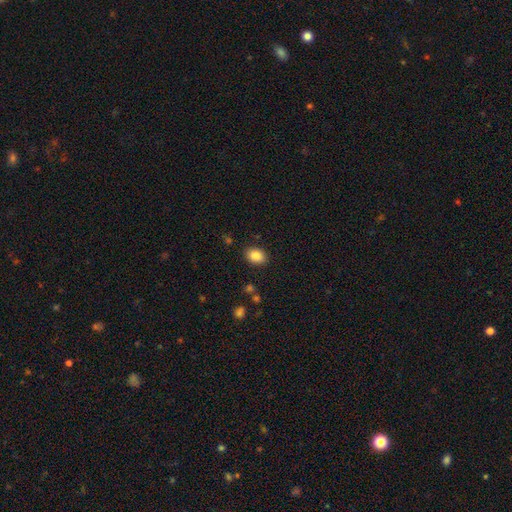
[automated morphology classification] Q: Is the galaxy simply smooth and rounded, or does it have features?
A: smooth — 87%.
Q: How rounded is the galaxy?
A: in between — 76%.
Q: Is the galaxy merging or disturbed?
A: none — 86%.